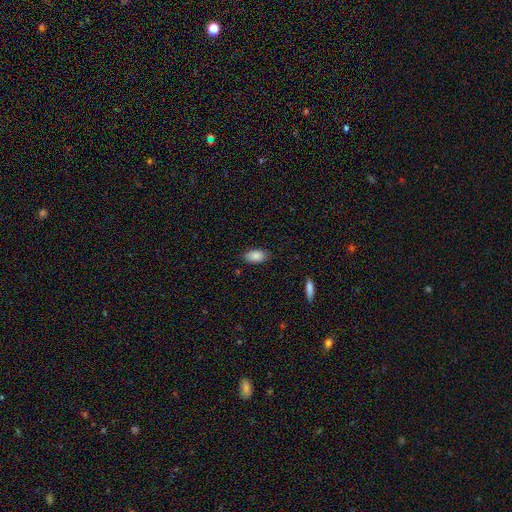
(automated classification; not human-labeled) The model was most divided on "merging": none: 84%, minor disturbance: 12%, major disturbance: 3%, merger: 1%. More confident: how rounded — in between (93%); smooth or featured — smooth (88%).